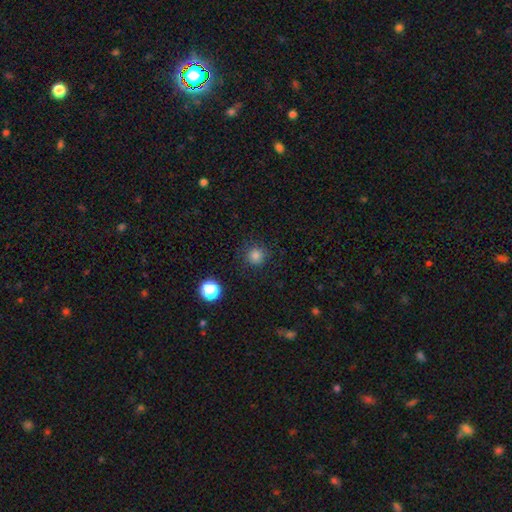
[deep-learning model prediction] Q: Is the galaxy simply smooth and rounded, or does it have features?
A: smooth — 82%.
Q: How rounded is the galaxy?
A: round — 94%.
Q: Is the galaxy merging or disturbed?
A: none — 87%.